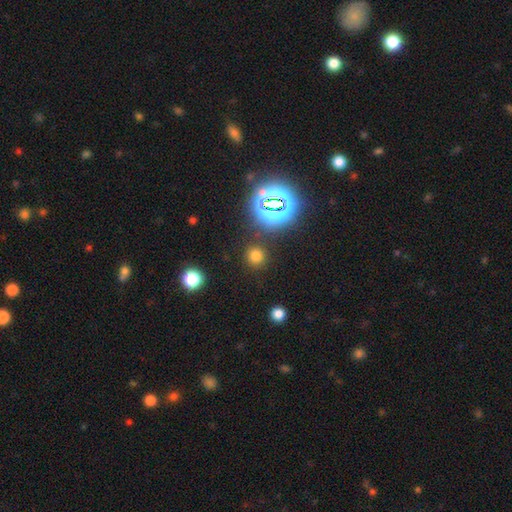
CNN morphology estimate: Overall: smooth (70%). How rounded: round (92%). Merging: none (87%).